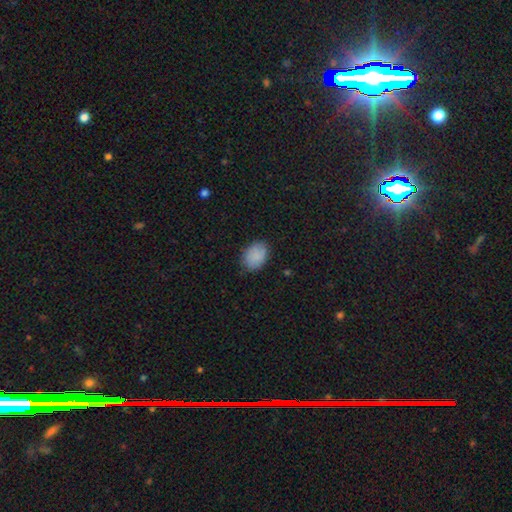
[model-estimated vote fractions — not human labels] A smooth galaxy with no disk features (87%) that is in between round and cigar-shaped (76%). Merging: none (80%).